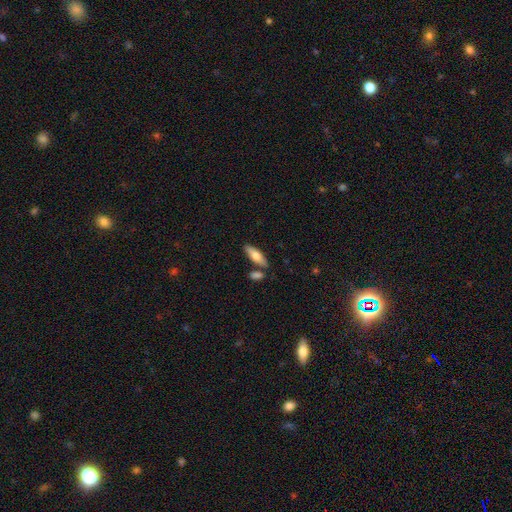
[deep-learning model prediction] A smooth galaxy with no disk features (70%) that is in between round and cigar-shaped (55%). Merging: none (75%).